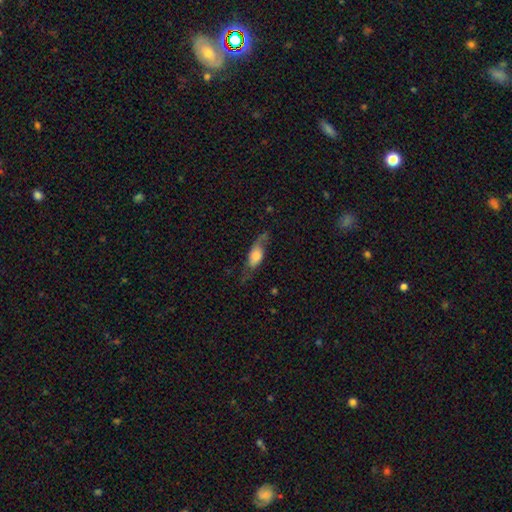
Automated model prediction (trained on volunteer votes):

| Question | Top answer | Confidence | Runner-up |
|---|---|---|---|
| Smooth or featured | smooth | 55% | featured or disk (38%) |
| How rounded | in between | 75% | cigar-shaped (20%) |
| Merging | none | 52% | minor disturbance (28%) |